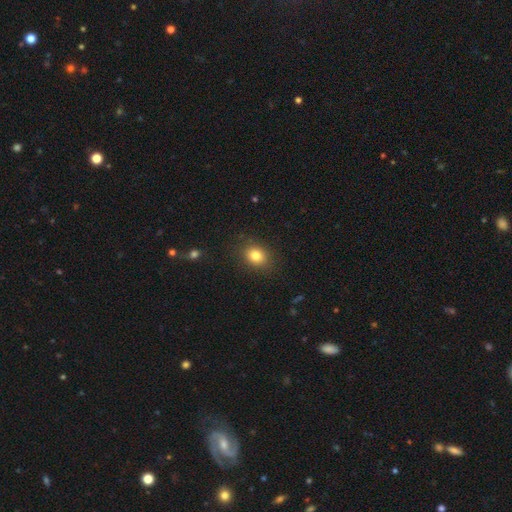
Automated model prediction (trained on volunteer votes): Smooth or featured? smooth (82%)
How rounded? round (52%)
Merging? none (86%)